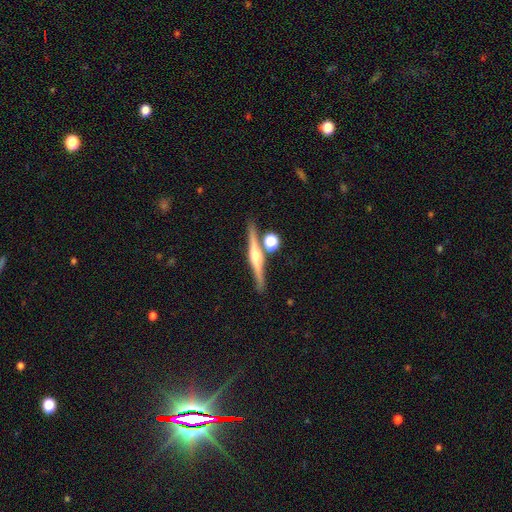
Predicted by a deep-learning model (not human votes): Smooth or featured? Predicted: featured or disk (p=0.78). Edge-on disk? Predicted: yes (p=0.97). Edge-on bulge? Predicted: rounded (p=0.92). Merging? Predicted: none (p=0.80).